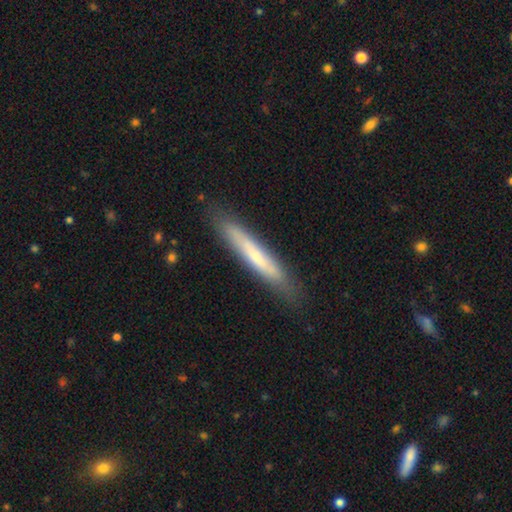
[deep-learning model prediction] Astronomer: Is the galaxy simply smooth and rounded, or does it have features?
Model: smooth — 59% (runner-up: featured or disk, 34%).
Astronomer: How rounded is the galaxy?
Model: cigar-shaped — 94%.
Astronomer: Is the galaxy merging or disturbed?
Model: none — 84%.